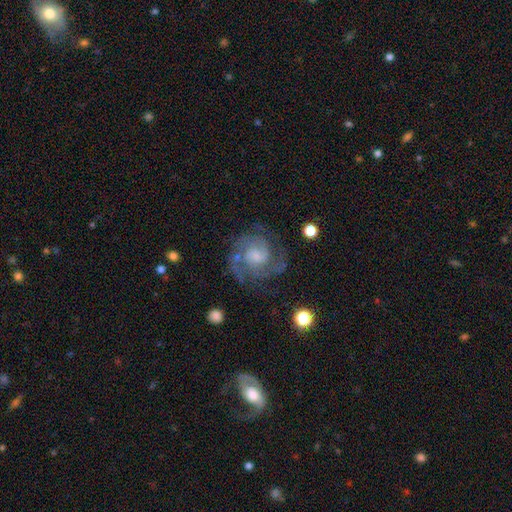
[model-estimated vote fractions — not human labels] Smooth or featured?
  - featured or disk: 83% *
  - smooth: 9%
  - star or artifact: 7%
Edge-on disk?
  - no: 98% *
  - yes: 2%
Bar?
  - no: 58% *
  - weak: 36%
  - strong: 6%
Spiral arms?
  - yes: 96% *
  - no: 4%
Spiral winding?
  - tight: 51% *
  - medium: 40%
  - loose: 8%
Spiral arm count?
  - 2: 42% *
  - 3: 25%
  - can't tell: 18%
  - 4: 6%
  - 1: 5%
  - more than 4: 4%
Bulge size?
  - small: 43% *
  - moderate: 34%
  - none: 14%
  - large: 7%
  - dominant: 1%
Merging?
  - none: 74% *
  - minor disturbance: 15%
  - major disturbance: 9%
  - merger: 2%